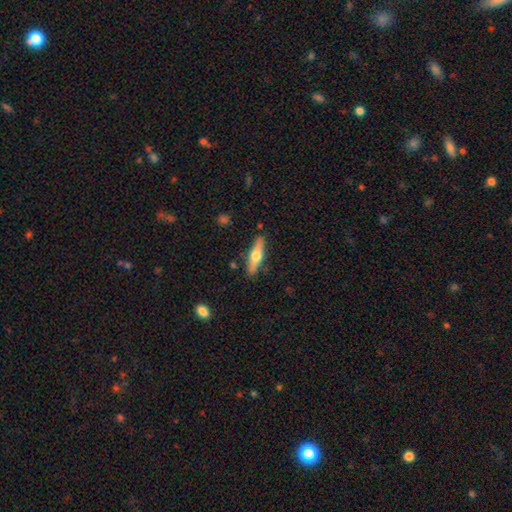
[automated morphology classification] The model was most divided on "smooth or featured": featured or disk: 49%, smooth: 46%, star or artifact: 6%. More confident: merging — none (86%).